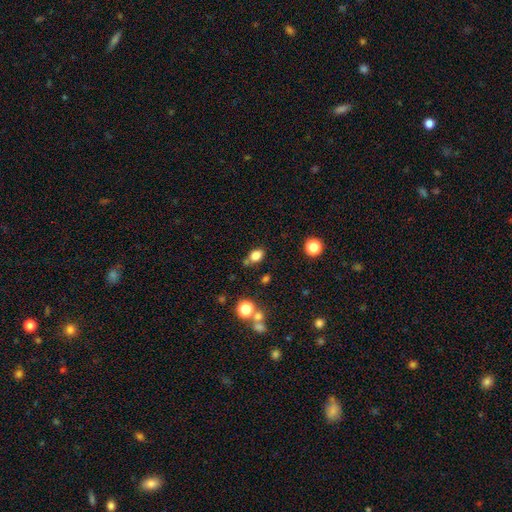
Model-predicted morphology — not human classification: Smooth or featured: smooth — 81% (star or artifact — 12%)
How rounded: in between — 74% (round — 24%)
Merging: none — 66% (minor disturbance — 18%)